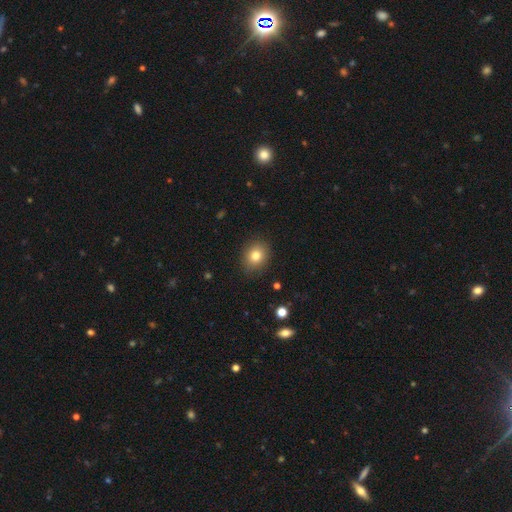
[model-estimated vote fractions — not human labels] A smooth galaxy with no disk features (80%) that is round (58%).

Vote fractions:
- Smooth or featured? smooth: 80% / star or artifact: 11% / featured or disk: 9%
- How rounded? round: 58% / in between: 41% / cigar-shaped: 1%
- Merging? none: 88% / minor disturbance: 9% / major disturbance: 2% / merger: 1%